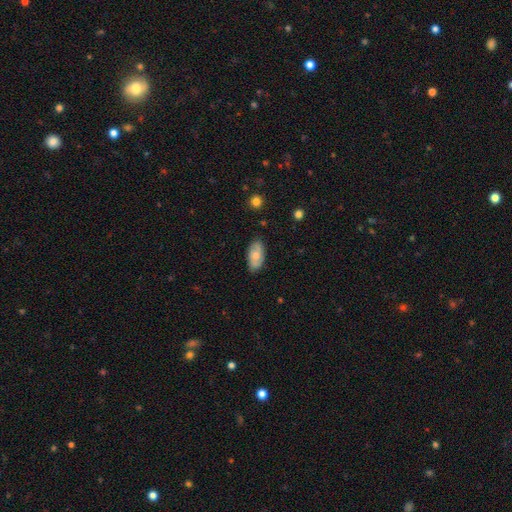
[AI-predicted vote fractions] Smooth or featured? Predicted: smooth (p=0.61). How rounded? Predicted: in between (p=0.93). Merging? Predicted: none (p=0.79).